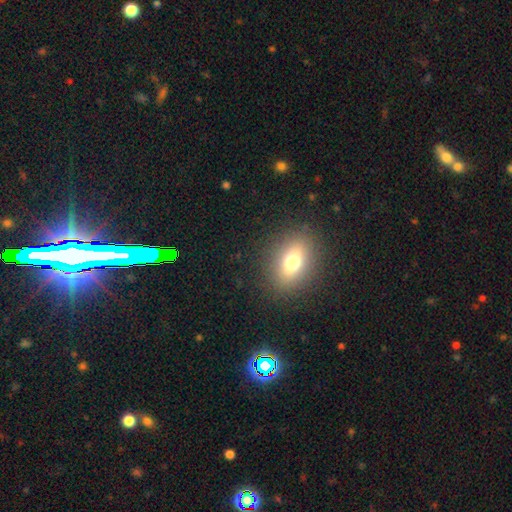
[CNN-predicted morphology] smooth 60%, star or artifact 24%, featured or disk 16%. Down the decision tree: how rounded — in between (77%); merging — none (89%).